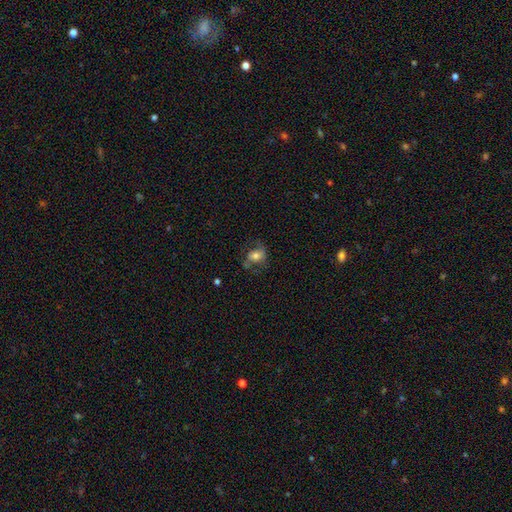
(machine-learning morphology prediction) This is possibly a smooth galaxy (56%). How rounded: likely in between (63%). Merging: possibly none (55%).